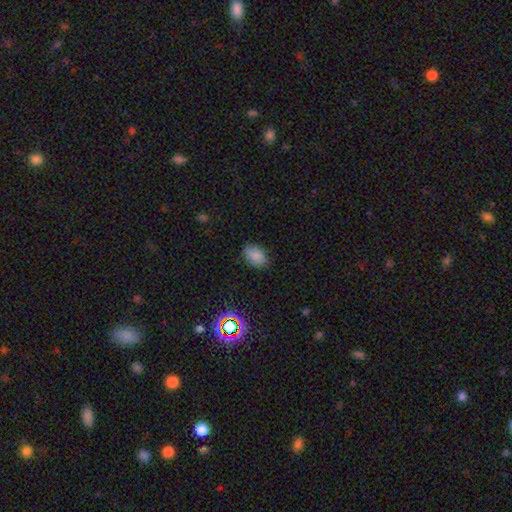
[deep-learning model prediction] Morphology: type=smooth (82%); roundness=in between (81%); merging=none (81%).